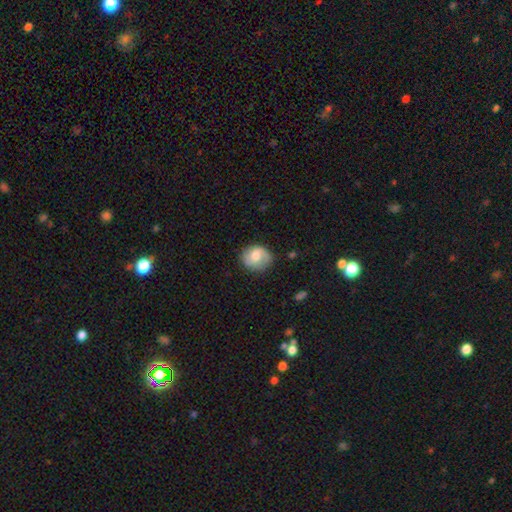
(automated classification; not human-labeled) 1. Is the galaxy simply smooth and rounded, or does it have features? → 56% smooth, 36% featured or disk, 8% star or artifact.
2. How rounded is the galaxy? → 66% round, 33% in between, 1% cigar-shaped.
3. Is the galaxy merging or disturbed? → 71% none, 21% minor disturbance, 6% major disturbance, 2% merger.